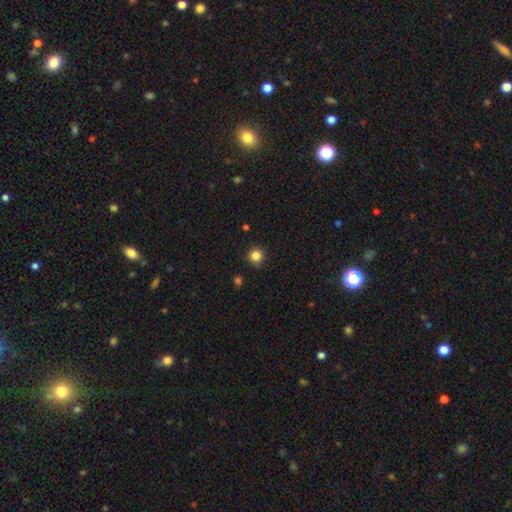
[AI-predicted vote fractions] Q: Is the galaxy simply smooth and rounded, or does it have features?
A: smooth — 85%.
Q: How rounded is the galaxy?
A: round — 94%.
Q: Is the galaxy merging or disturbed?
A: none — 88%.